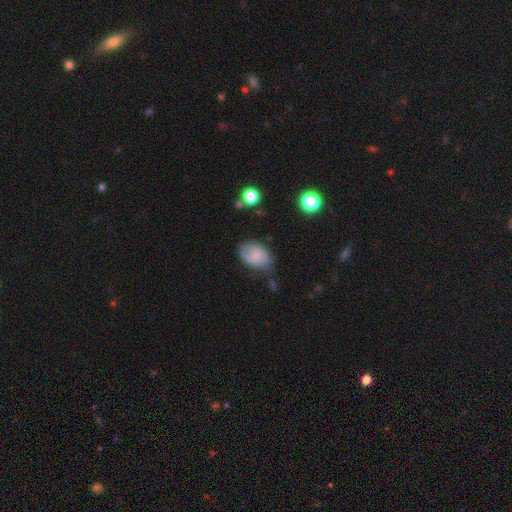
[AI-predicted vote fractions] Smooth or featured? Predicted: smooth (p=0.71). How rounded? Predicted: in between (p=0.82). Merging? Predicted: none (p=0.55).